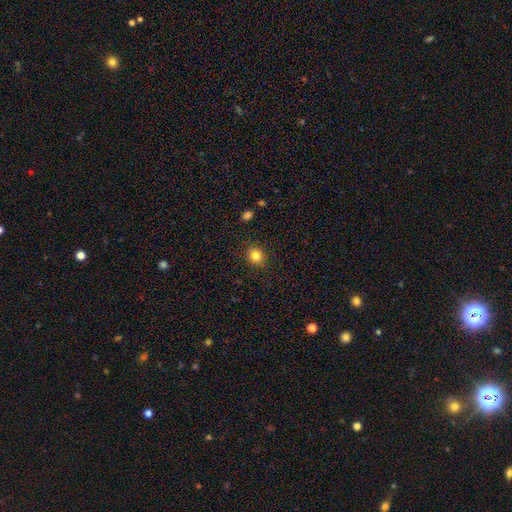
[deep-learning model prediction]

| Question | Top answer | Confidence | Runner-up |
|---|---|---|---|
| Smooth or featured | smooth | 83% | star or artifact (11%) |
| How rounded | round | 78% | in between (21%) |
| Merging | none | 87% | minor disturbance (9%) |